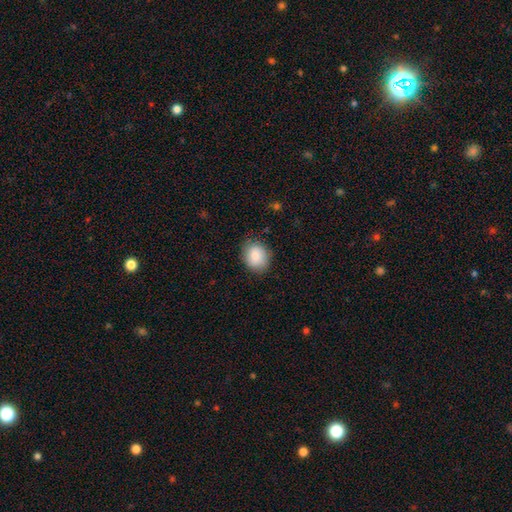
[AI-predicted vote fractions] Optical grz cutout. It shows a smooth galaxy with no disk features (85%) that is round (63%). Merging: none (81%).